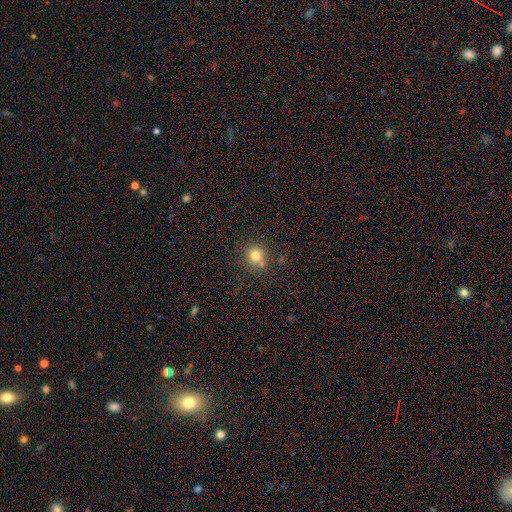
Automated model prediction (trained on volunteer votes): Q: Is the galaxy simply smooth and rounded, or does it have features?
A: smooth — 77%.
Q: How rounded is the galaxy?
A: round — 88%.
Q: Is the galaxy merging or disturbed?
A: none — 72%.